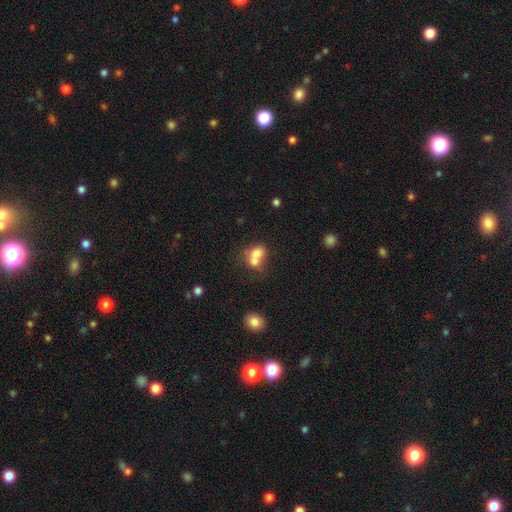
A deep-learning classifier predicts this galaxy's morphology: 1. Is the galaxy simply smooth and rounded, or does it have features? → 69% smooth, 20% featured or disk, 11% star or artifact.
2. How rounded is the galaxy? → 52% round, 46% in between, 1% cigar-shaped.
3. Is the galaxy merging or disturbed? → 66% merger, 22% none, 7% minor disturbance, 5% major disturbance.